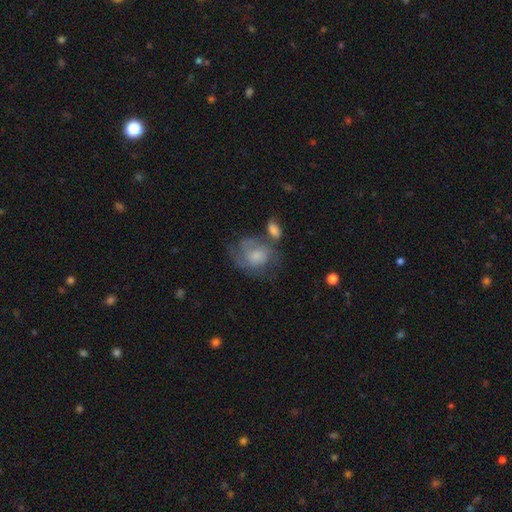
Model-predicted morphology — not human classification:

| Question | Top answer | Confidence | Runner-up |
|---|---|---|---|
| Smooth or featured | smooth | 51% | featured or disk (41%) |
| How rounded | round | 52% | in between (46%) |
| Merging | none | 37% | minor disturbance (24%) |